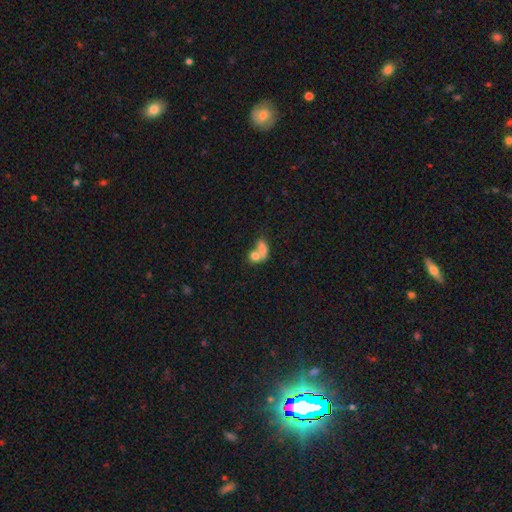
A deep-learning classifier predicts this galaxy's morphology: Smooth or featured?
  - smooth: 74% *
  - featured or disk: 16%
  - star or artifact: 9%
How rounded?
  - in between: 67% *
  - round: 28%
  - cigar-shaped: 4%
Merging?
  - merger: 69% *
  - none: 18%
  - major disturbance: 7%
  - minor disturbance: 6%